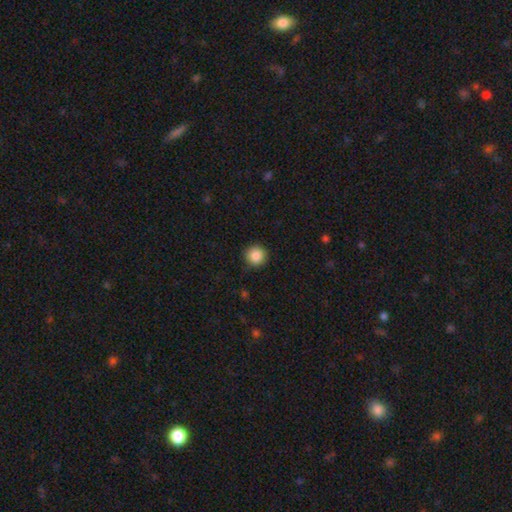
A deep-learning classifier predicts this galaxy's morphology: smooth 88%, star or artifact 9%, featured or disk 4%. Down the decision tree: how rounded — round (94%); merging — none (90%).